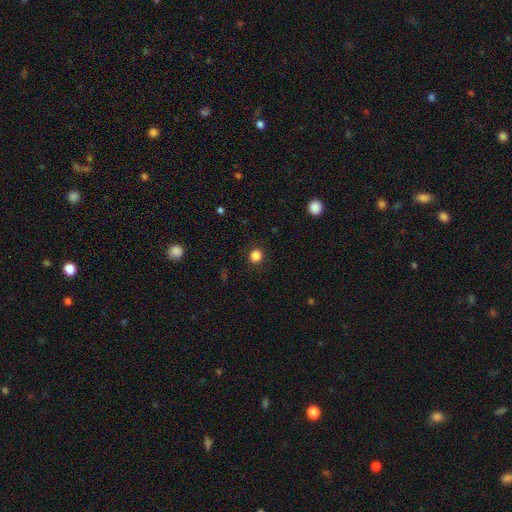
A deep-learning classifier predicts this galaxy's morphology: Overall: smooth (85%). How rounded: round (90%). Merging: none (90%).